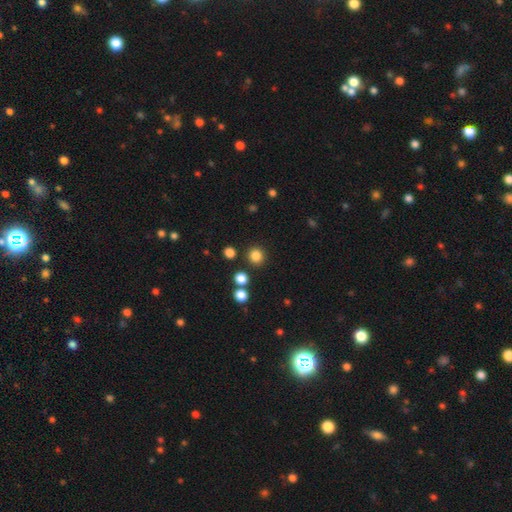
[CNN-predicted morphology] Smooth or featured? smooth (83%)
How rounded? round (93%)
Merging? none (89%)